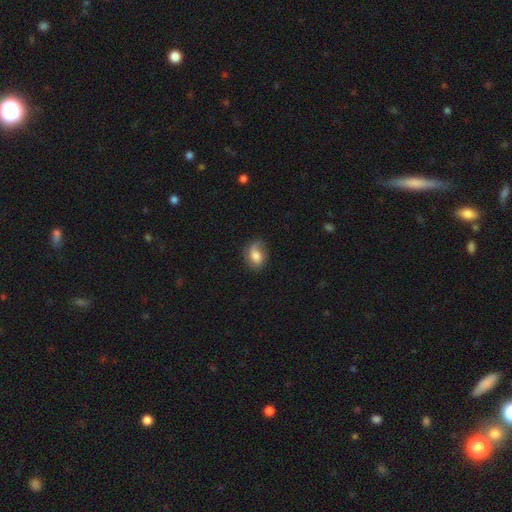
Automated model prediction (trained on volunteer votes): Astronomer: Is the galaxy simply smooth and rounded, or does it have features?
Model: smooth — 57% (runner-up: featured or disk, 34%).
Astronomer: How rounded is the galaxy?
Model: in between — 67%.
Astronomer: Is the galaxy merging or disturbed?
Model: none — 62%.